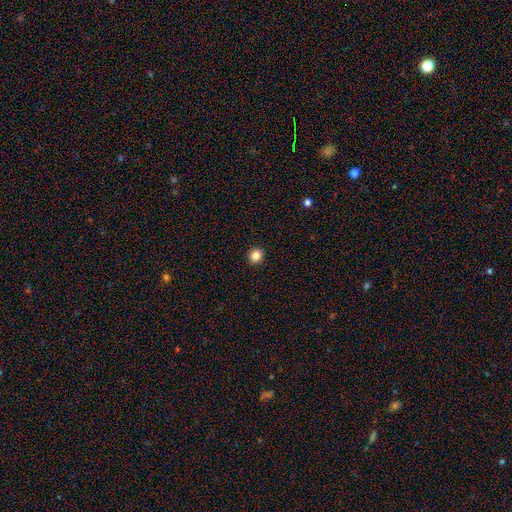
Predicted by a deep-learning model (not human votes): smooth 85%, star or artifact 11%, featured or disk 4%. Down the decision tree: how rounded — round (87%); merging — none (93%).